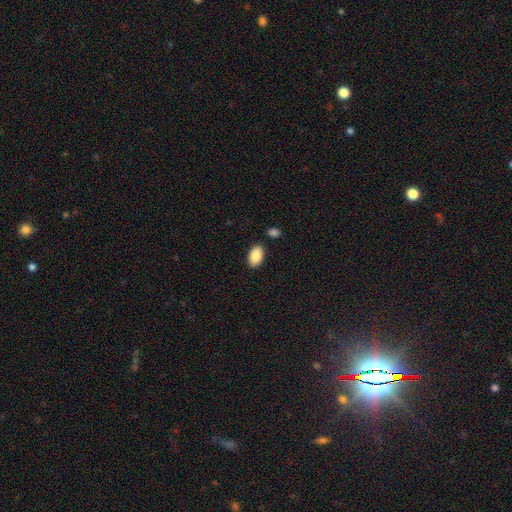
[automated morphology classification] The model was most divided on "merging": none: 85%, minor disturbance: 9%, merger: 3%, major disturbance: 2%. More confident: how rounded — in between (94%); smooth or featured — smooth (89%).